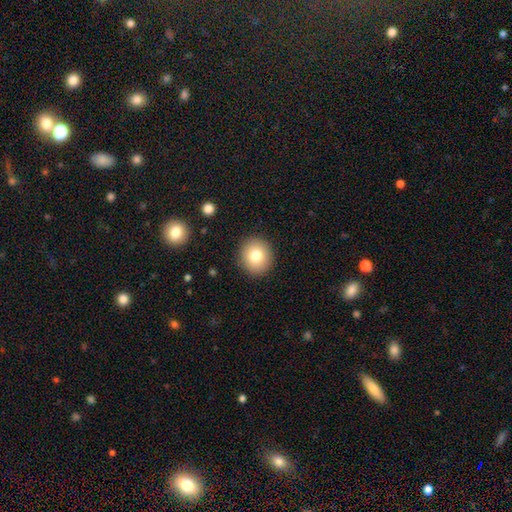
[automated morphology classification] Overall: smooth (78%). How rounded: round (88%). Merging: none (90%).